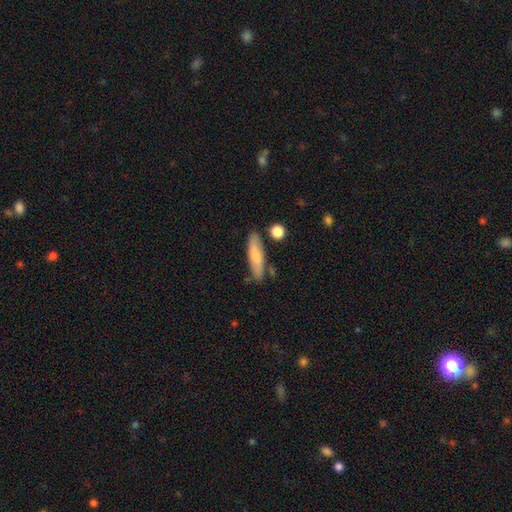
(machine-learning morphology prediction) smooth_or_featured: smooth (p=0.70) [alt: featured or disk p=0.24]
how_rounded: cigar-shaped (p=0.69) [alt: in between p=0.29]
merging: none (p=0.77) [alt: minor disturbance p=0.14]